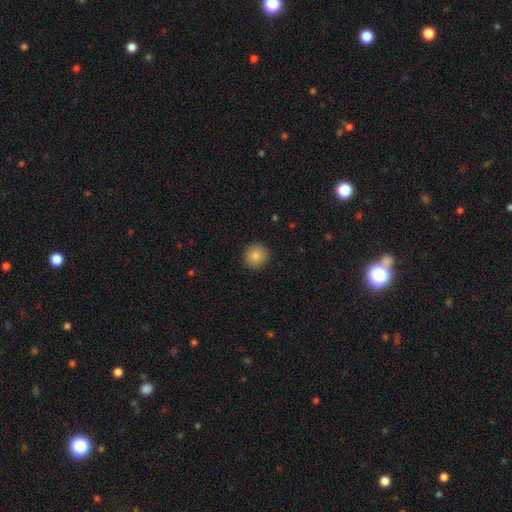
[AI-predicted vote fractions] Overall: smooth (85%). How rounded: round (94%). Merging: none (92%).